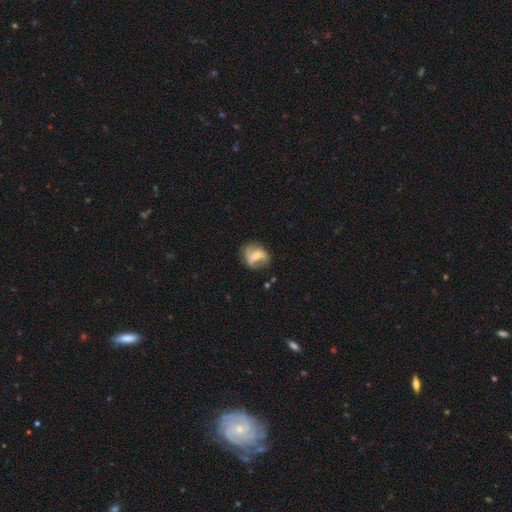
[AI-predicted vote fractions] Smooth or featured? Predicted: featured or disk (p=0.64). Edge-on disk? Predicted: no (p=0.96). Bar? Predicted: weak (p=0.40). Spiral arms? Predicted: yes (p=0.79). Bulge size? Predicted: small (p=0.48). Merging? Predicted: none (p=0.61).